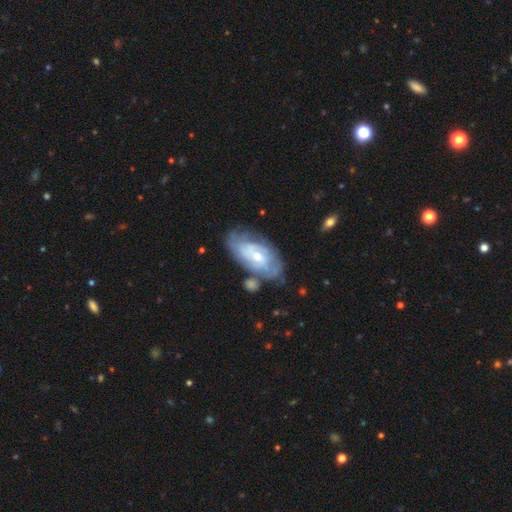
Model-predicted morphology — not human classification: This appears to be a featured or disk galaxy (73%) with no bar (59%), tight (57%) spiral arms (86%) and a small central bulge (51%). Merging: none (57%).